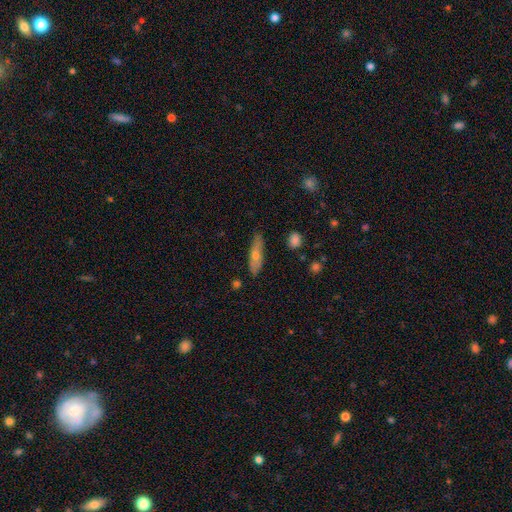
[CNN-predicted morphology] Smooth or featured? smooth (64%)
How rounded? cigar-shaped (60%)
Merging? none (78%)